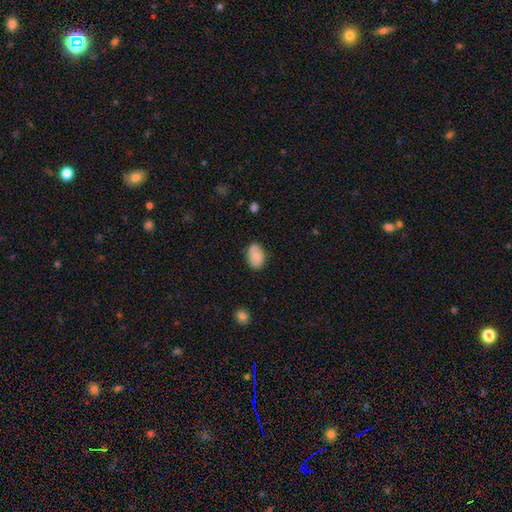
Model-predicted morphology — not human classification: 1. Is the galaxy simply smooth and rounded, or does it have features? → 77% smooth, 16% featured or disk, 8% star or artifact.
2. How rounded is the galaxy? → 85% in between, 13% round, 1% cigar-shaped.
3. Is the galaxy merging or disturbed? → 74% none, 19% minor disturbance, 4% merger, 4% major disturbance.